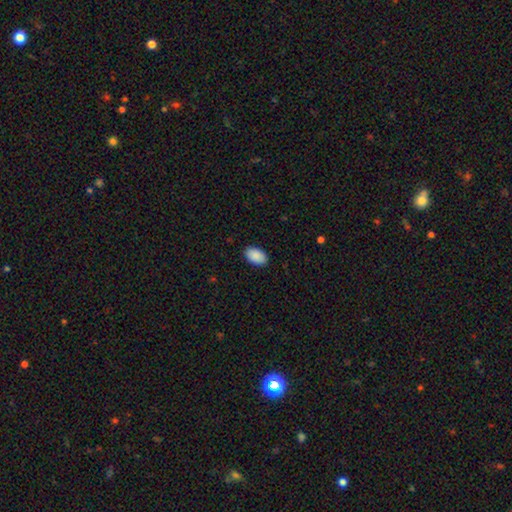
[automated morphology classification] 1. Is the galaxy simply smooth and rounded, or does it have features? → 91% smooth, 6% star or artifact, 3% featured or disk.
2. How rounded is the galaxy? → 94% in between, 5% round, 1% cigar-shaped.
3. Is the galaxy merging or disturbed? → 89% none, 9% minor disturbance, 2% major disturbance, 1% merger.